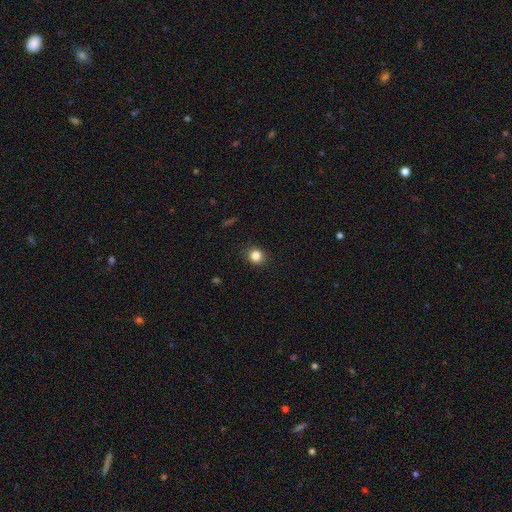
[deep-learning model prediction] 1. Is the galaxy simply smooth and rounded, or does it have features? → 83% smooth, 12% star or artifact, 5% featured or disk.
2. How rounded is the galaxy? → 83% round, 16% in between, 1% cigar-shaped.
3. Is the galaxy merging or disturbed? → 90% none, 7% minor disturbance, 2% major disturbance, 1% merger.